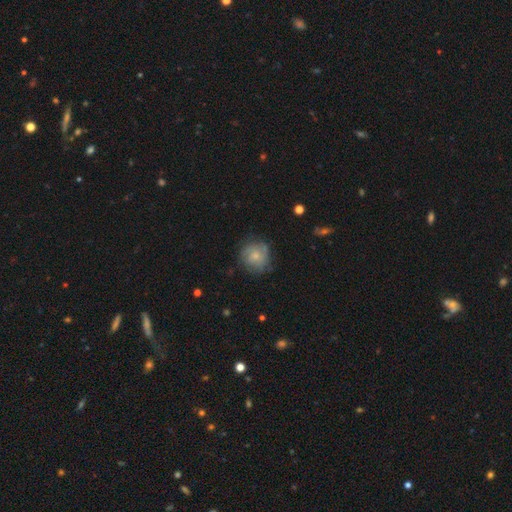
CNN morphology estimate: Smooth or featured: smooth — 58% (featured or disk — 34%)
How rounded: round — 88% (in between — 11%)
Merging: none — 70% (minor disturbance — 20%)